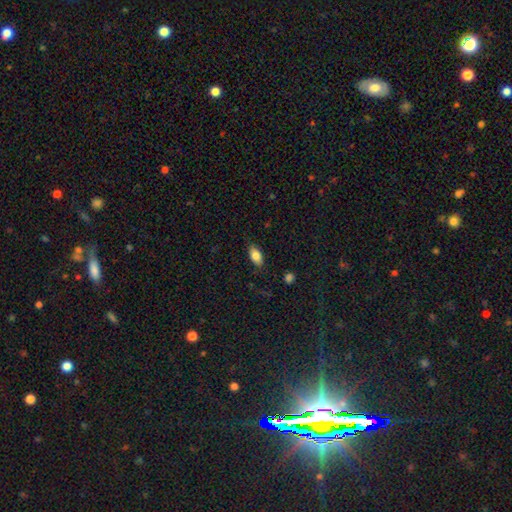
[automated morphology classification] A smooth galaxy with no disk features (82%) that is in between round and cigar-shaped (90%). Merging: none (83%).